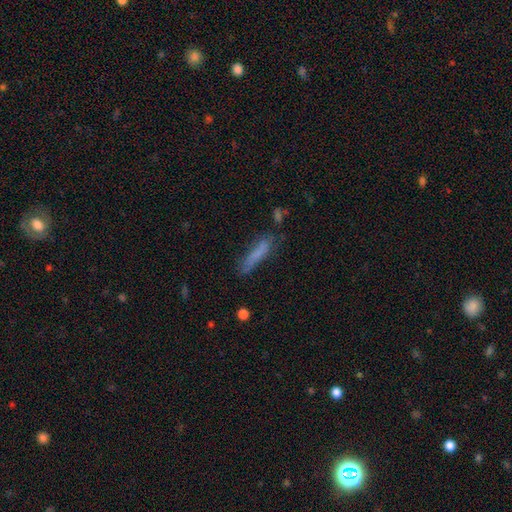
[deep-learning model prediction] Q: Smooth or featured?
A: smooth (71%); runner-up: featured or disk (20%)
Q: How rounded?
A: cigar-shaped (86%); runner-up: in between (13%)
Q: Merging?
A: none (63%); runner-up: minor disturbance (24%)